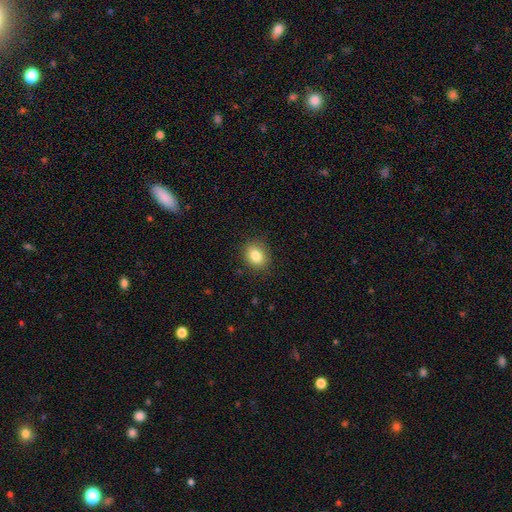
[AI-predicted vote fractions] smooth_or_featured: smooth (p=0.84) [alt: star or artifact p=0.10]
how_rounded: round (p=0.50) [alt: in between p=0.49]
merging: none (p=0.87) [alt: minor disturbance p=0.10]